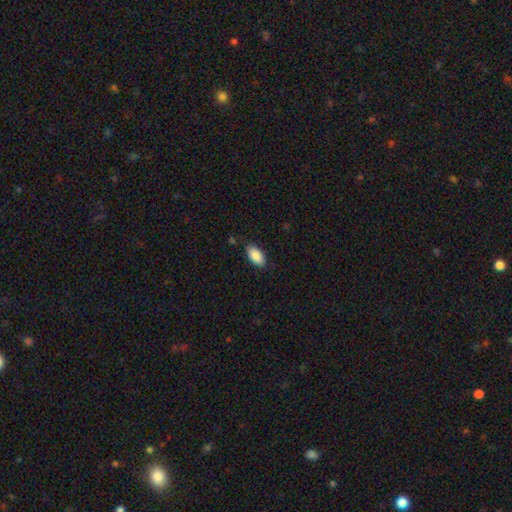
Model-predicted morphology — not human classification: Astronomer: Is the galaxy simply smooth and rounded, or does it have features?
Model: smooth — 88%.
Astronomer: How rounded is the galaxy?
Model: in between — 94%.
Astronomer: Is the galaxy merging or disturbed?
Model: none — 83%.